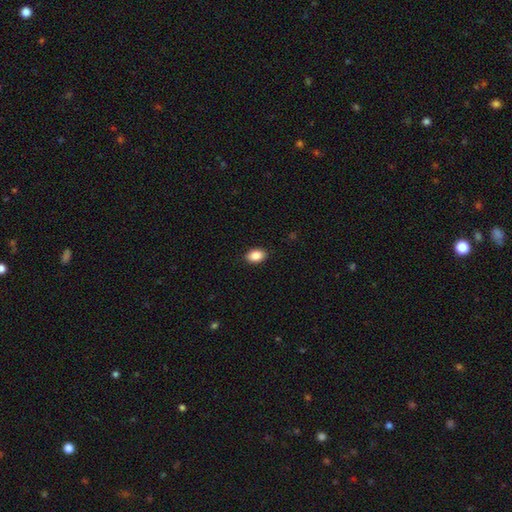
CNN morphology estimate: smooth_or_featured: smooth (p=0.88) [alt: star or artifact p=0.08]
how_rounded: in between (p=0.84) [alt: round p=0.15]
merging: none (p=0.90) [alt: minor disturbance p=0.07]